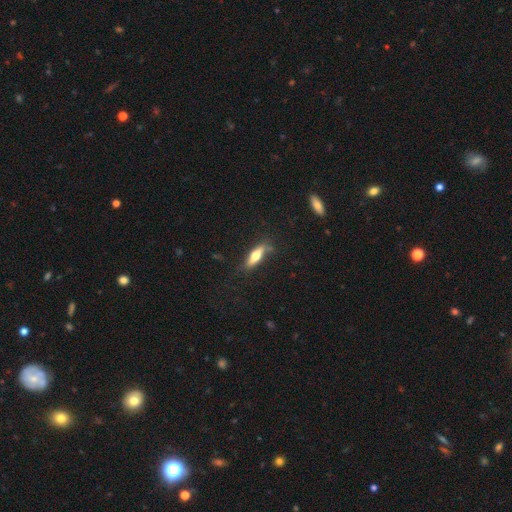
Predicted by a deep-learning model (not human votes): The model was most divided on "smooth or featured": smooth: 54%, featured or disk: 40%, star or artifact: 6%. More confident: merging — none (75%); how rounded — cigar-shaped (62%).